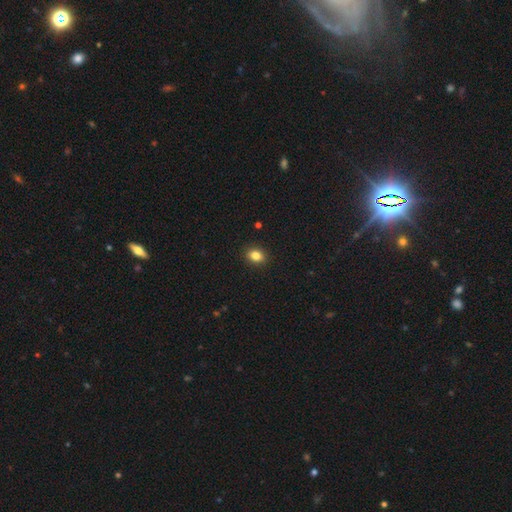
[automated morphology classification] This is clearly a smooth galaxy (85%). How rounded: possibly in between (59%). Merging: clearly none (90%).